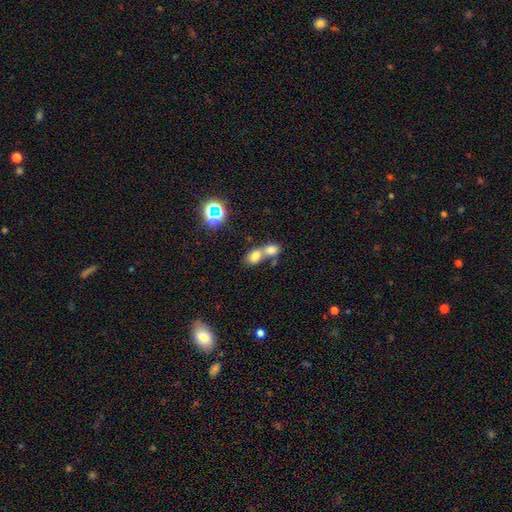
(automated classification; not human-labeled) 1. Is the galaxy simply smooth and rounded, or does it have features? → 73% smooth, 14% star or artifact, 12% featured or disk.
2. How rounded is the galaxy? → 69% in between, 29% round, 2% cigar-shaped.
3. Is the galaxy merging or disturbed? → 69% merger, 22% none, 6% minor disturbance, 3% major disturbance.